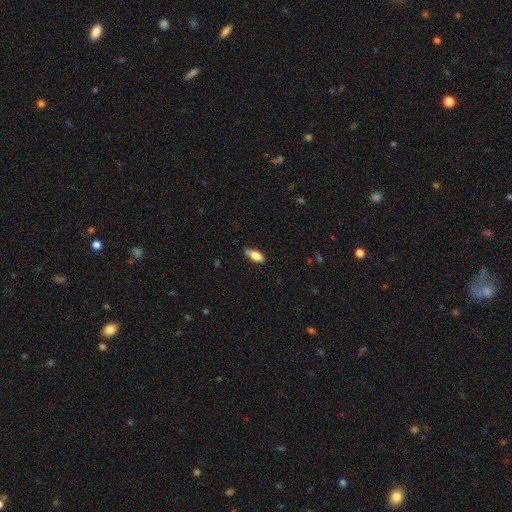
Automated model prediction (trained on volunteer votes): This is likely a smooth galaxy (78%). How rounded: clearly in between (83%). Merging: likely none (65%).